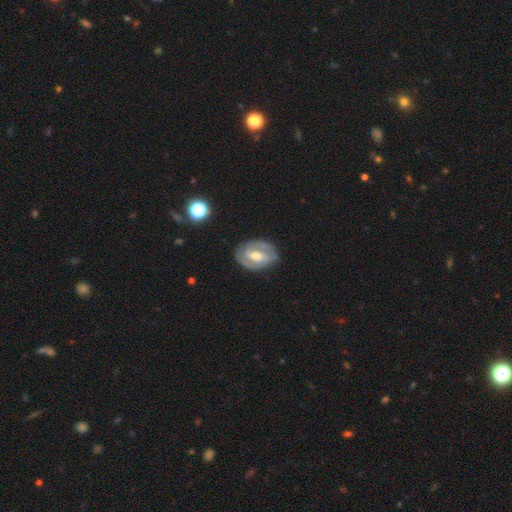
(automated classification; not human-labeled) Overall: featured or disk (83%). Edge-on disk: no (97%). Bar: weak (50%; strong 27%). Spiral arms: yes (92%). Spiral arm count: 2 (78%). Spiral winding: tight (54%; medium 37%). Bulge size: moderate (57%; small 35%). Merging: none (79%).